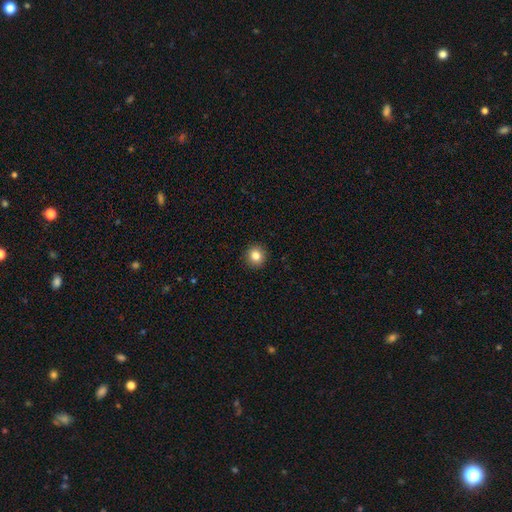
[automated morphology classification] smooth-or-featured: smooth: 83% | star or artifact: 10% | featured or disk: 6%
  how-rounded: round: 92% | in between: 7% | cigar-shaped: 1%
  merging: none: 92% | minor disturbance: 5% | major disturbance: 2% | merger: 1%